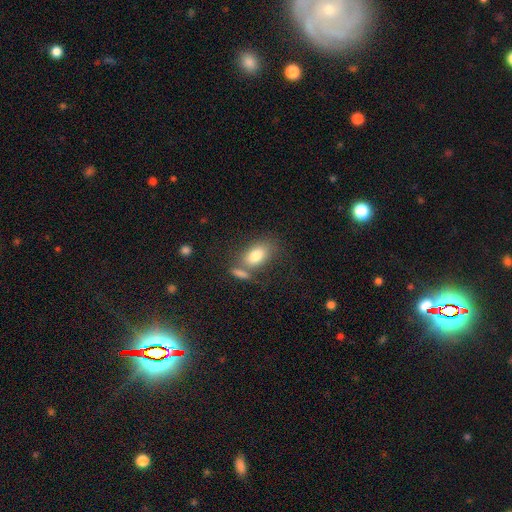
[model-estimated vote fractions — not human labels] The model was most divided on "merging": none: 53%, merger: 25%, minor disturbance: 15%, major disturbance: 7%. More confident: how rounded — in between (86%); smooth or featured — smooth (80%).